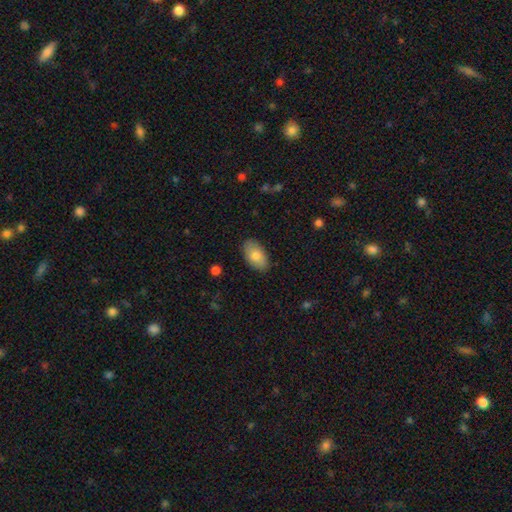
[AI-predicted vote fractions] smooth-or-featured: smooth: 78% | featured or disk: 16% | star or artifact: 6%
  how-rounded: in between: 94% | round: 4% | cigar-shaped: 2%
  merging: none: 85% | minor disturbance: 11% | major disturbance: 2% | merger: 1%